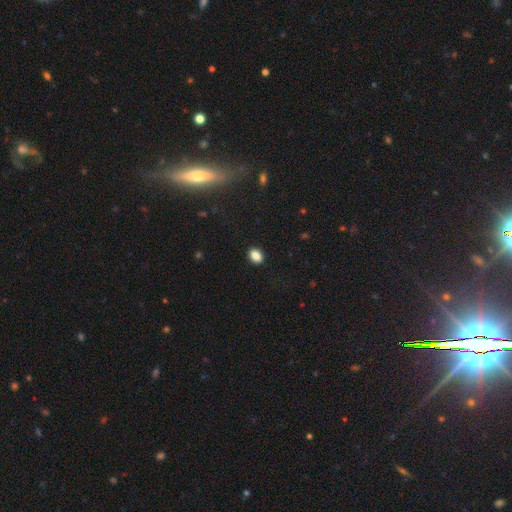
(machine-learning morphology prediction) This is clearly a smooth galaxy (87%). How rounded: likely in between (66%). Merging: clearly none (90%).